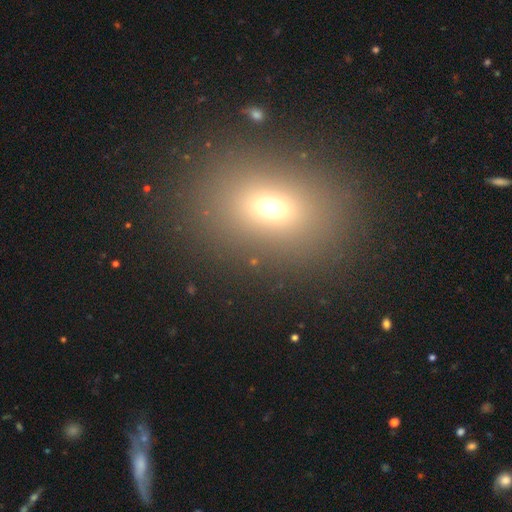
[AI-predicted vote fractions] A smooth galaxy with no disk features (62%) that is in between round and cigar-shaped (66%).

Vote fractions:
- Smooth or featured? smooth: 62% / star or artifact: 24% / featured or disk: 14%
- How rounded? in between: 66% / round: 31% / cigar-shaped: 3%
- Merging? none: 86% / minor disturbance: 7% / major disturbance: 4% / merger: 3%